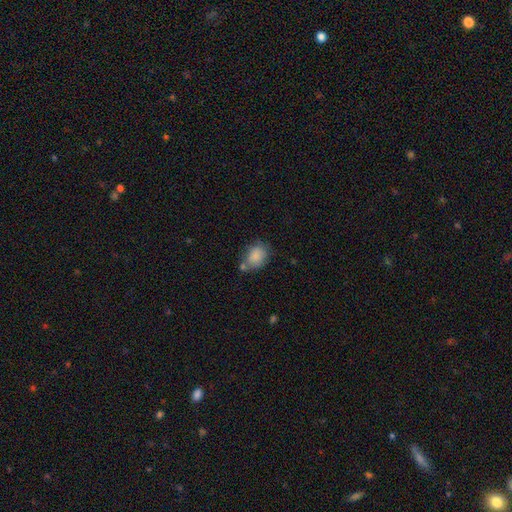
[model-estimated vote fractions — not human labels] Q: Smooth or featured?
A: smooth (85%); runner-up: star or artifact (8%)
Q: How rounded?
A: in between (65%); runner-up: round (34%)
Q: Merging?
A: none (54%); runner-up: minor disturbance (22%)